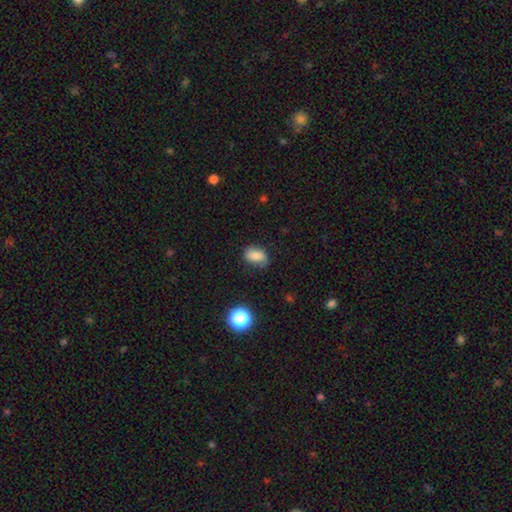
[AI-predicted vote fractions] Overall: smooth (75%). How rounded: in between (83%). Merging: none (64%; minor disturbance 26%).